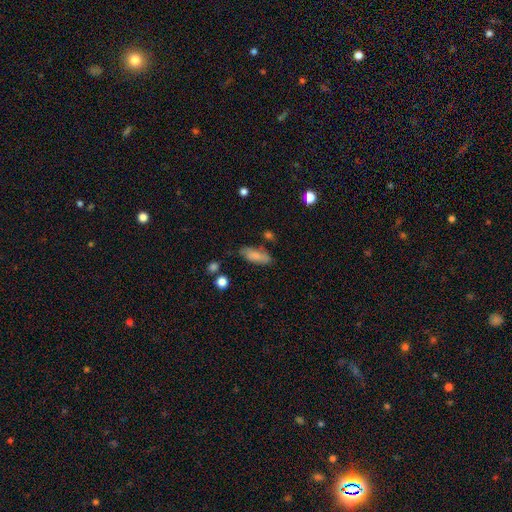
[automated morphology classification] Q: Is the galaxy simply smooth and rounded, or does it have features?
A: smooth — 80%.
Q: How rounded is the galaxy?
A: in between — 74%.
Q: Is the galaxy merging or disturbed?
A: none — 70%.